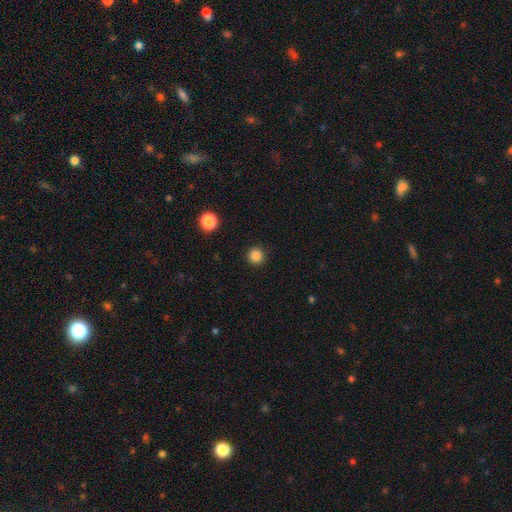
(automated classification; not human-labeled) Smooth or featured?
  - smooth: 84% *
  - star or artifact: 12%
  - featured or disk: 4%
How rounded?
  - round: 96% *
  - in between: 3%
  - cigar-shaped: 1%
Merging?
  - none: 93% *
  - minor disturbance: 5%
  - major disturbance: 2%
  - merger: 1%